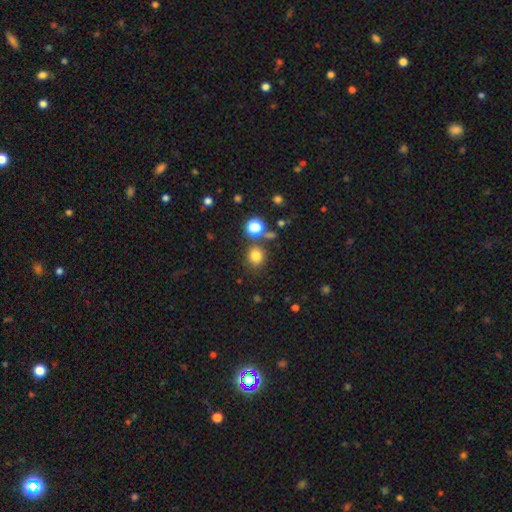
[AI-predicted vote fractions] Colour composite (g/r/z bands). It shows a smooth galaxy with no disk features (79%) that is round (83%). Merging: none (78%).